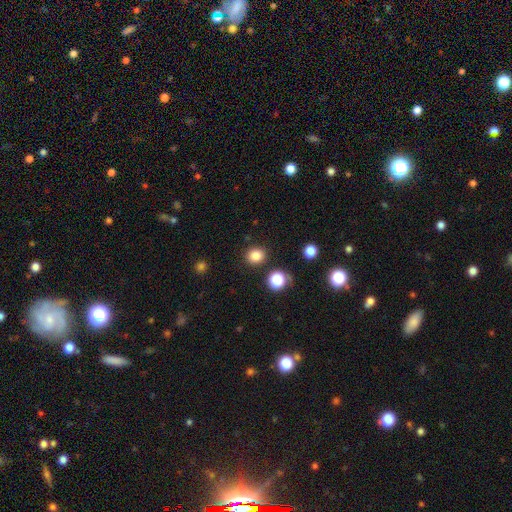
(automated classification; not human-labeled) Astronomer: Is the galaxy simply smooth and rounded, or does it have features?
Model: smooth — 83%.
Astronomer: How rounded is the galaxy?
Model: round — 79%.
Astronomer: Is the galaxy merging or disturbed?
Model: none — 87%.